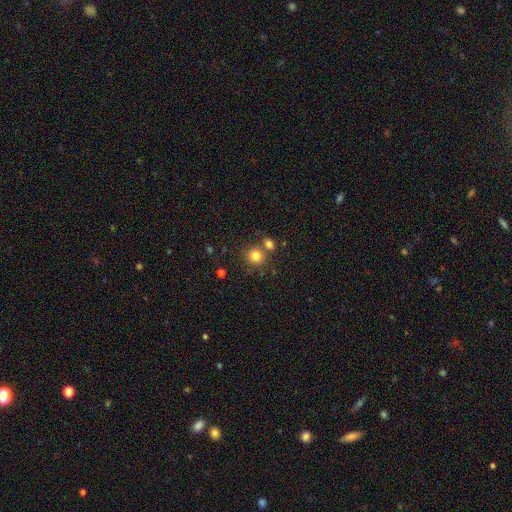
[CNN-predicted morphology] A smooth galaxy with no disk features (81%) that is round (85%).

Vote fractions:
- Smooth or featured? smooth: 81% / star or artifact: 12% / featured or disk: 7%
- How rounded? round: 85% / in between: 14% / cigar-shaped: 1%
- Merging? none: 63% / merger: 25% / minor disturbance: 9% / major disturbance: 3%